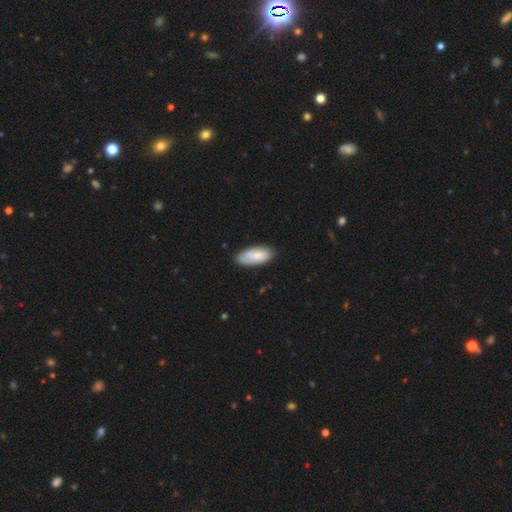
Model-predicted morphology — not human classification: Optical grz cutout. It shows a smooth galaxy with no disk features (81%) that is in between round and cigar-shaped (86%). Merging: none (78%).